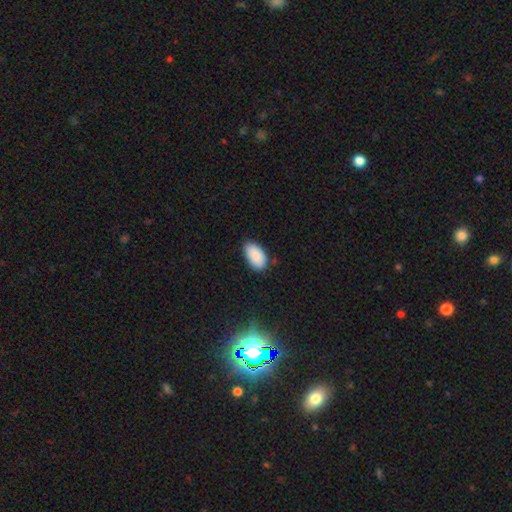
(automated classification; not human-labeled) Smooth or featured? Predicted: smooth (p=0.89). How rounded? Predicted: in between (p=0.95). Merging? Predicted: none (p=0.79).